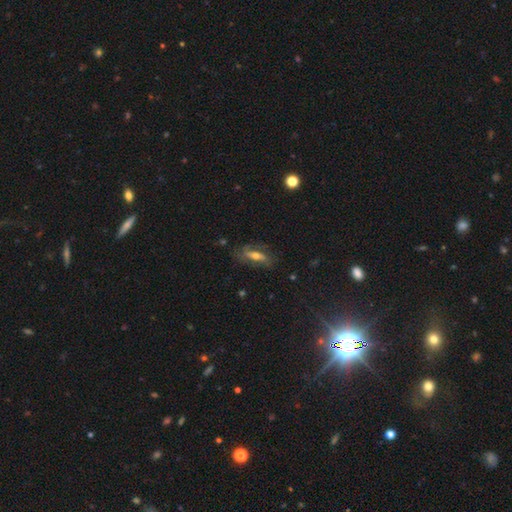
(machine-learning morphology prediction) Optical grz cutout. It shows a featured or disk galaxy (55%). Merging: none (67%).